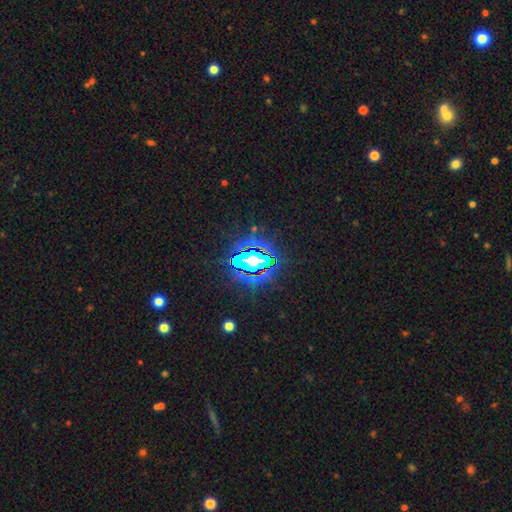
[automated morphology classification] The model was most divided on "smooth or featured": star or artifact: 64%, smooth: 21%, featured or disk: 15%.